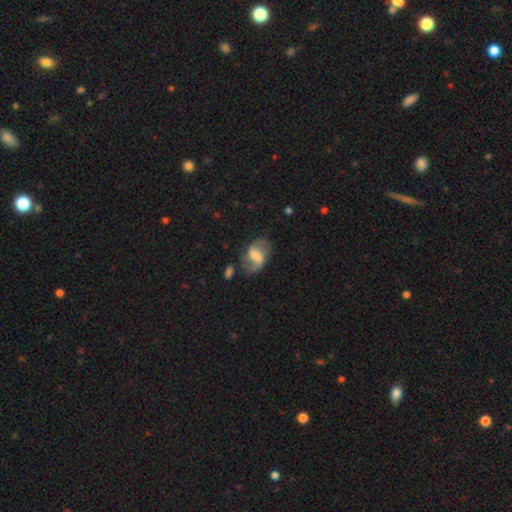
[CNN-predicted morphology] type=featured or disk (74%); edge-on=no (97%); bar=weak (47%); spiral arms=yes (89%); winding=loose (54%); arm count=2 (89%); bulge=moderate (38%); merging=none (70%).